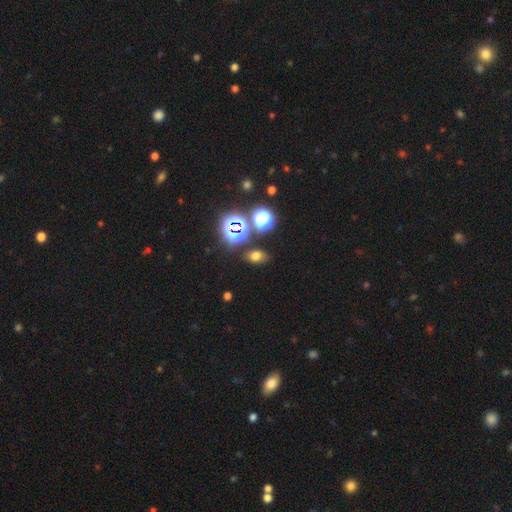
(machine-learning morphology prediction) A smooth galaxy with no disk features (64%) that is in between round and cigar-shaped (76%).

Vote fractions:
- Smooth or featured? smooth: 64% / star or artifact: 27% / featured or disk: 9%
- How rounded? in between: 76% / round: 22% / cigar-shaped: 2%
- Merging? none: 82% / minor disturbance: 10% / merger: 5% / major disturbance: 3%